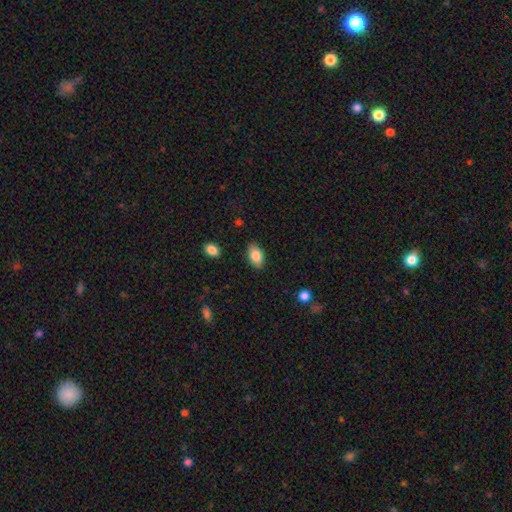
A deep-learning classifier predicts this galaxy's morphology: smooth-or-featured: smooth: 83% | featured or disk: 10% | star or artifact: 7%
  how-rounded: in between: 92% | round: 6% | cigar-shaped: 2%
  merging: none: 86% | minor disturbance: 10% | major disturbance: 2% | merger: 1%